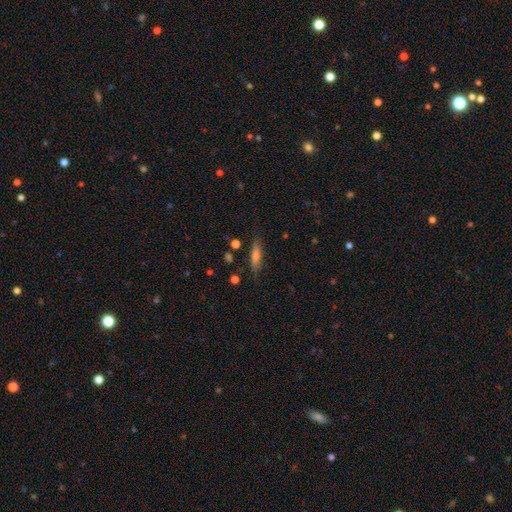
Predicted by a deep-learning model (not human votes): Smooth or featured?
  - smooth: 57% *
  - featured or disk: 33%
  - star or artifact: 9%
How rounded?
  - cigar-shaped: 76% *
  - in between: 21%
  - round: 3%
Merging?
  - none: 83% *
  - minor disturbance: 12%
  - major disturbance: 3%
  - merger: 2%